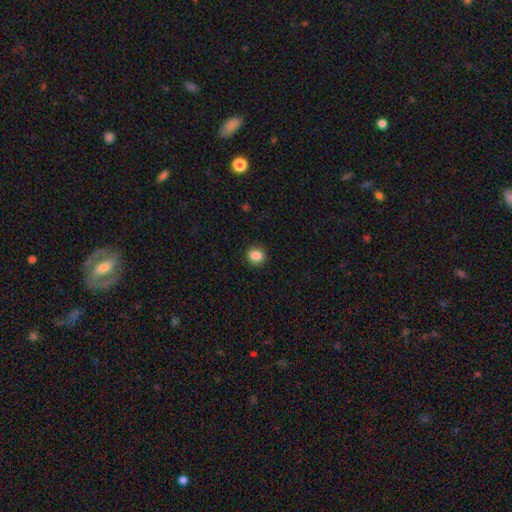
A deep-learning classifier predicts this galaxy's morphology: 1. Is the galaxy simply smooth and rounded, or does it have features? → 86% smooth, 9% star or artifact, 5% featured or disk.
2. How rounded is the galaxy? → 77% round, 22% in between, 1% cigar-shaped.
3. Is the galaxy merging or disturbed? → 90% none, 7% minor disturbance, 2% major disturbance, 1% merger.